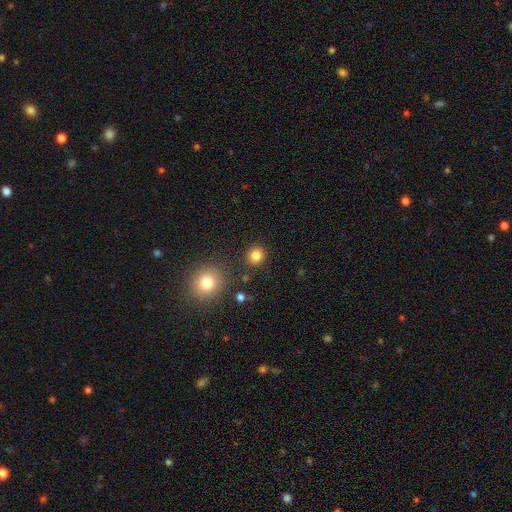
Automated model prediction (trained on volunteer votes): Morphology: type=smooth (83%); roundness=round (86%); merging=none (87%).